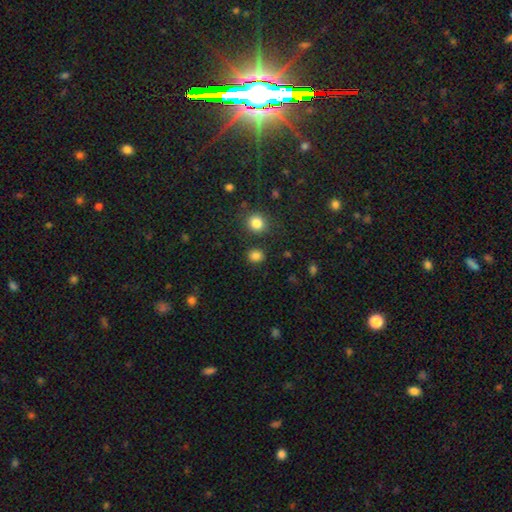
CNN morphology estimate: Overall: smooth (83%). How rounded: round (75%). Merging: none (85%).